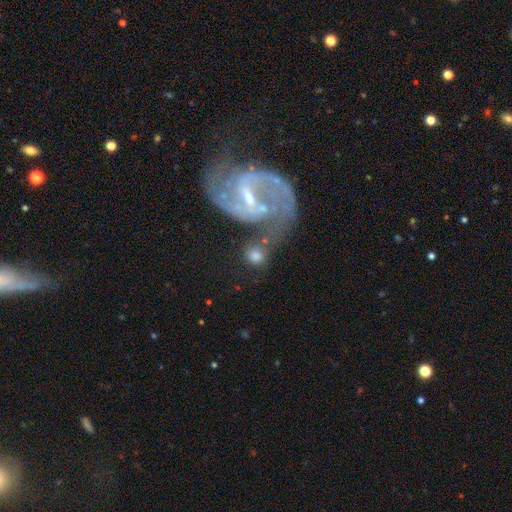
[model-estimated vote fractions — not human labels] Smooth or featured? Predicted: smooth (p=0.61). How rounded? Predicted: round (p=0.80). Merging? Predicted: none (p=0.48).